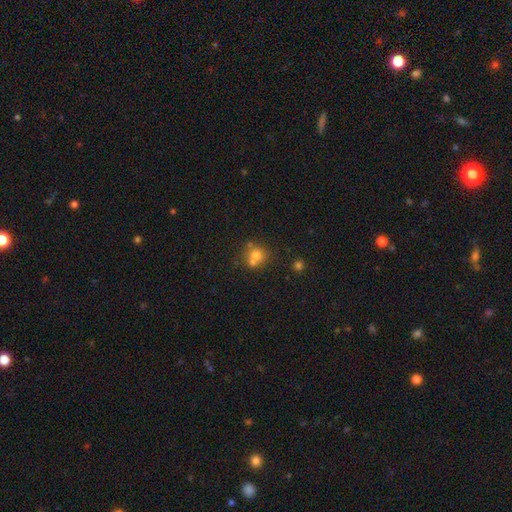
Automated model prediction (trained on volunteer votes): Overall: smooth (68%). How rounded: round (82%). Merging: none (46%; merger 41%).